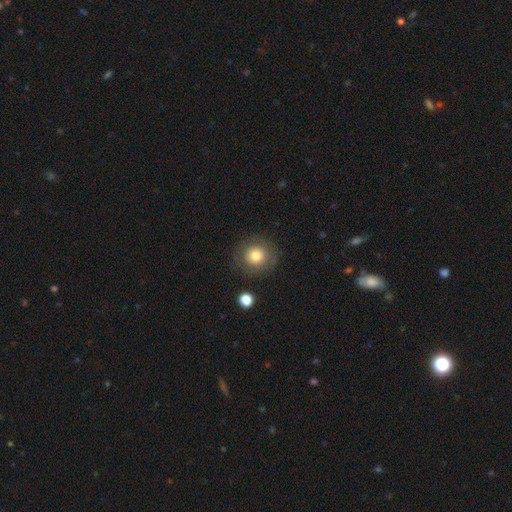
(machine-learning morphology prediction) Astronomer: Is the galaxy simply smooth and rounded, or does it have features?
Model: smooth — 76%.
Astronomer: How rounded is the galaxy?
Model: round — 90%.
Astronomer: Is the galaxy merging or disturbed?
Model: none — 83%.